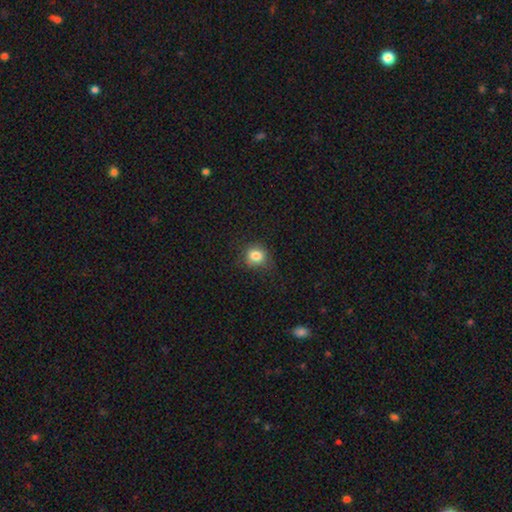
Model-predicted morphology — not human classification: The model was most divided on "how rounded": round: 81%, in between: 18%, cigar-shaped: 1%. More confident: smooth or featured — smooth (83%); merging — none (79%).